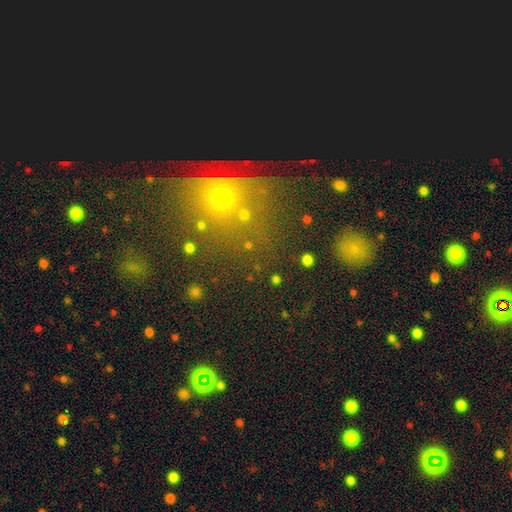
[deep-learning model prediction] Smooth or featured?
  - star or artifact: 49% *
  - smooth: 36%
  - featured or disk: 15%